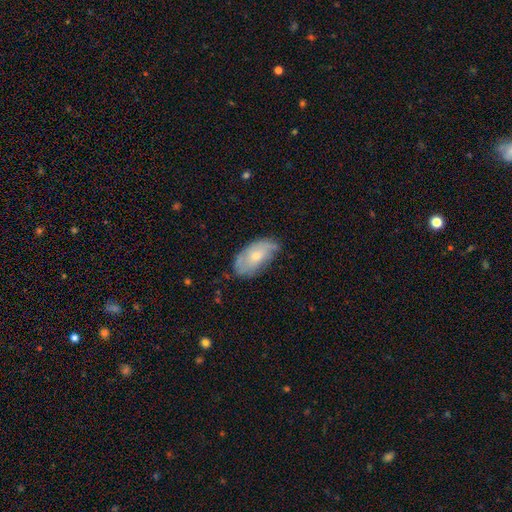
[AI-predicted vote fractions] A smooth galaxy with no disk features (55%) that is in between round and cigar-shaped (93%). Merging: none (59%).